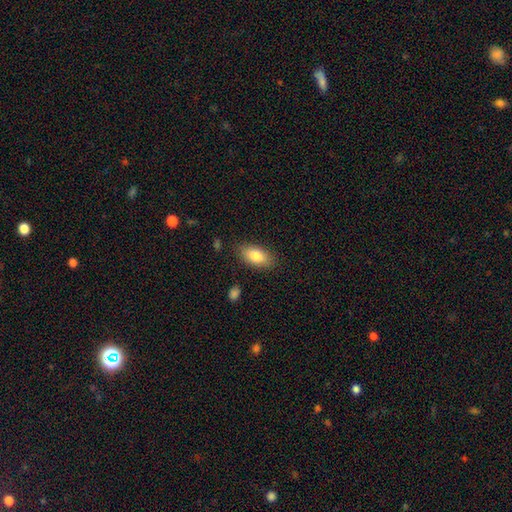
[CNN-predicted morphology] smooth-or-featured: smooth: 83% | featured or disk: 10% | star or artifact: 7%
  how-rounded: in between: 90% | cigar-shaped: 6% | round: 4%
  merging: none: 85% | minor disturbance: 11% | major disturbance: 3% | merger: 2%